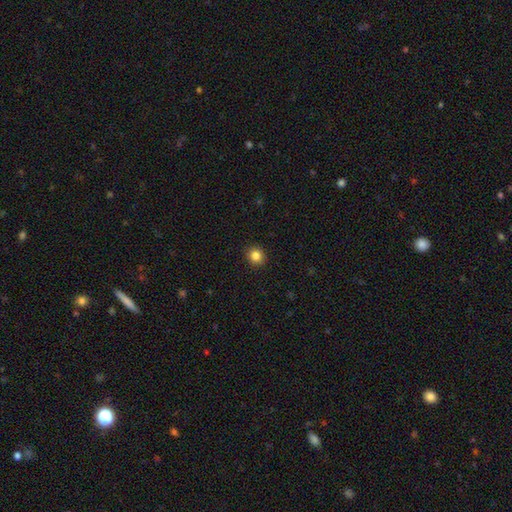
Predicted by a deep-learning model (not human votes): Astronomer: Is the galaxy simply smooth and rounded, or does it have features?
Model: smooth — 85%.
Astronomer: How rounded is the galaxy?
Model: round — 85%.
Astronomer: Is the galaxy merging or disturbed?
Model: none — 92%.